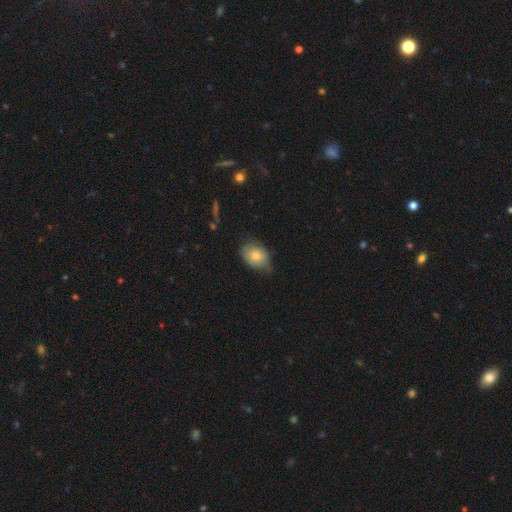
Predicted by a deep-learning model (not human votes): Smooth or featured? smooth (71%)
How rounded? in between (66%)
Merging? none (45%)